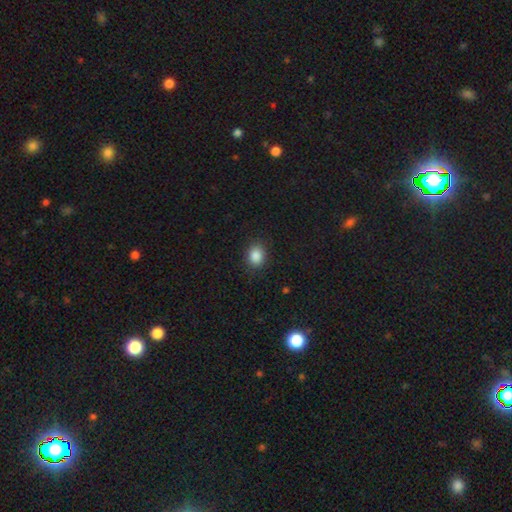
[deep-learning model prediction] smooth-or-featured: smooth: 86% | star or artifact: 10% | featured or disk: 4%
  how-rounded: round: 59% | in between: 40% | cigar-shaped: 1%
  merging: none: 87% | minor disturbance: 10% | major disturbance: 3% | merger: 1%